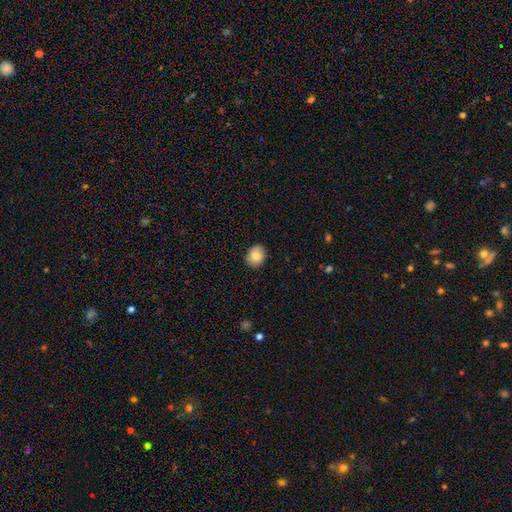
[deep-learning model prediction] Q: Smooth or featured?
A: smooth (84%); runner-up: featured or disk (8%)
Q: How rounded?
A: round (62%); runner-up: in between (37%)
Q: Merging?
A: none (87%); runner-up: minor disturbance (10%)